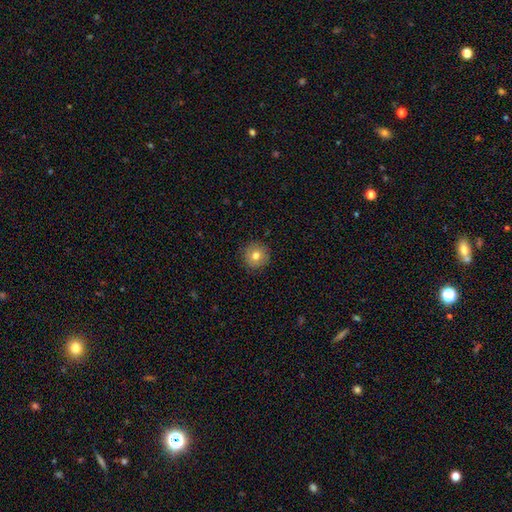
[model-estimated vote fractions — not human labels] Morphology: type=smooth (77%); roundness=round (95%); merging=none (91%).